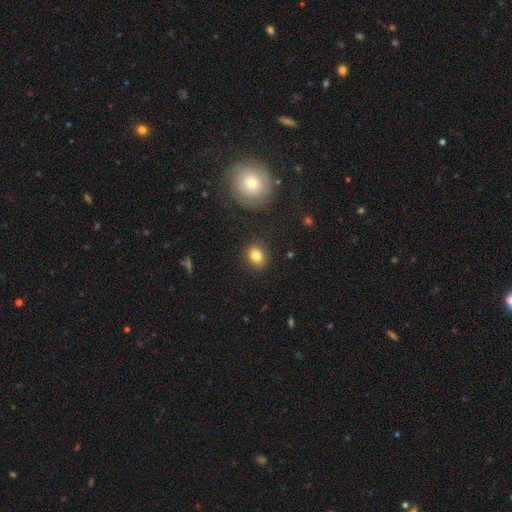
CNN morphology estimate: Q: Smooth or featured?
A: smooth (82%); runner-up: star or artifact (10%)
Q: How rounded?
A: in between (51%); runner-up: round (48%)
Q: Merging?
A: none (87%); runner-up: minor disturbance (9%)